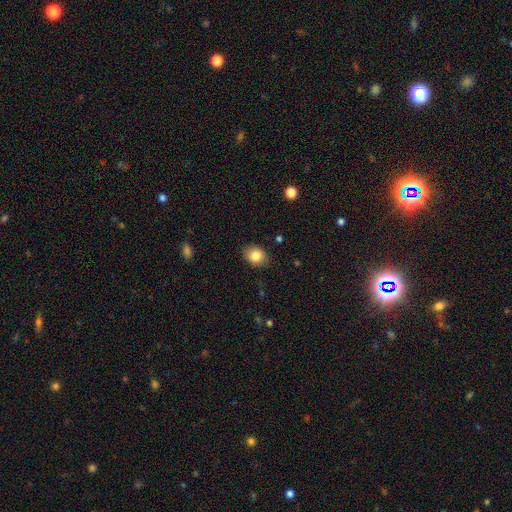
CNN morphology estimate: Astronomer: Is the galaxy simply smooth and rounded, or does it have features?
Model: smooth — 84%.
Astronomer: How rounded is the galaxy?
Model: round — 52% (runner-up: in between, 47%).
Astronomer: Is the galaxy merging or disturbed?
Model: none — 84%.